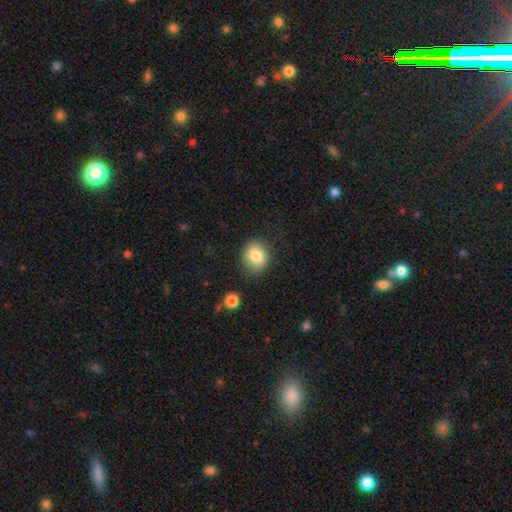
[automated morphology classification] This is clearly a smooth galaxy (83%). How rounded: likely round (74%). Merging: clearly none (83%).